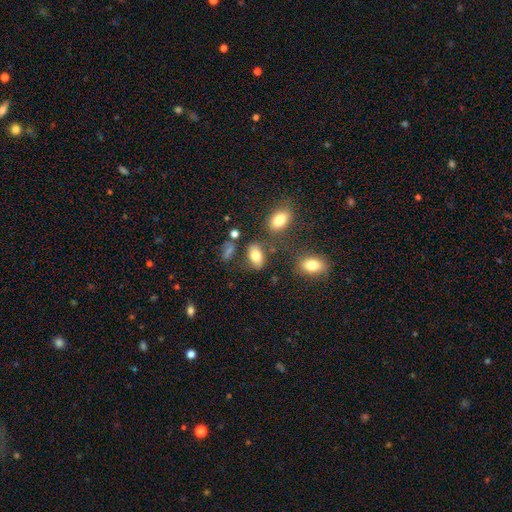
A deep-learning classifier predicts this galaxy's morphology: Overall: smooth (77%). How rounded: in between (90%). Merging: none (70%).